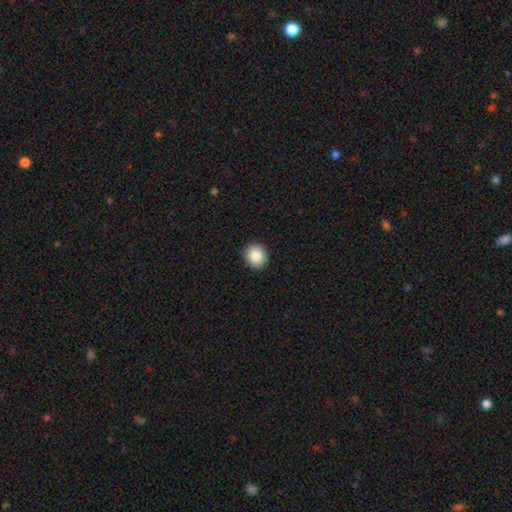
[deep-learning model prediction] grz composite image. It shows a smooth galaxy with no disk features (87%) that is round (89%). Merging: none (91%).